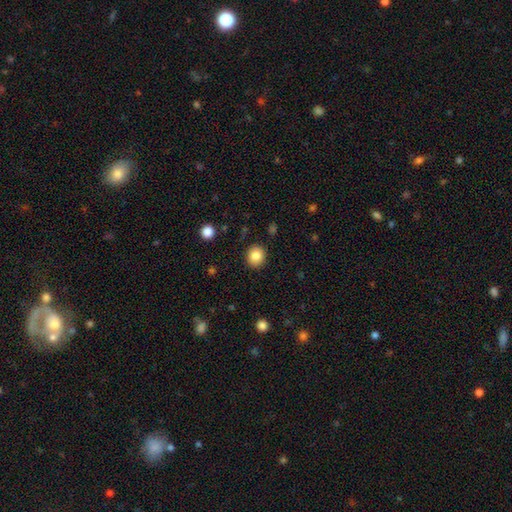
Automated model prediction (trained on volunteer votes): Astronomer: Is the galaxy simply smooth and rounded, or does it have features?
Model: smooth — 84%.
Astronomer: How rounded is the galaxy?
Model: round — 79%.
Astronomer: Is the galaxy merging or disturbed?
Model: none — 90%.